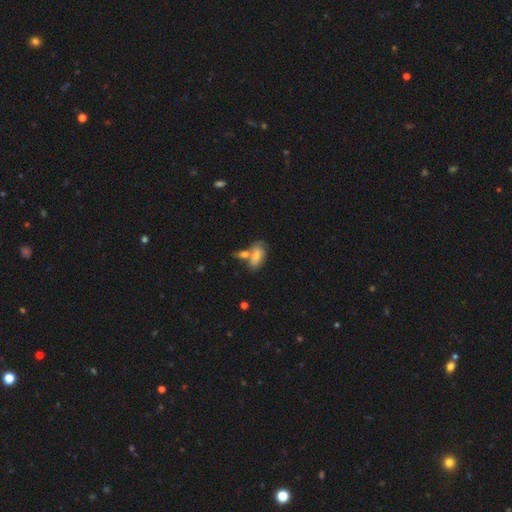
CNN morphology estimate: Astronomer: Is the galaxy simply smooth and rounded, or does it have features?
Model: smooth — 67%.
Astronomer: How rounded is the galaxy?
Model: in between — 88%.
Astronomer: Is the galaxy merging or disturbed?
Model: merger — 45% (runner-up: none, 35%).